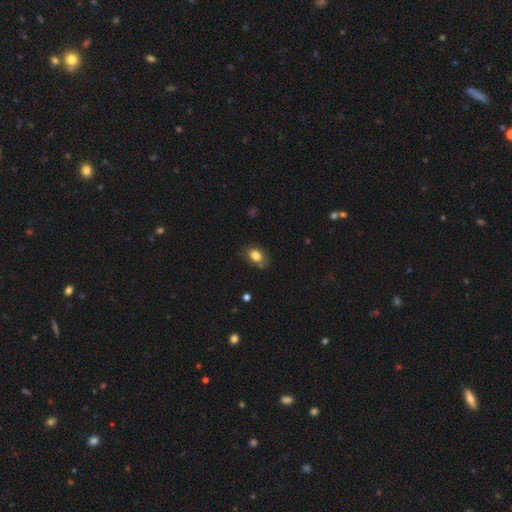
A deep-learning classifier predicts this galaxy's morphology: A smooth galaxy with no disk features (81%) that is in between round and cigar-shaped (78%).

Vote fractions:
- Smooth or featured? smooth: 81% / featured or disk: 10% / star or artifact: 9%
- How rounded? in between: 78% / round: 21% / cigar-shaped: 1%
- Merging? none: 67% / minor disturbance: 24% / major disturbance: 6% / merger: 3%